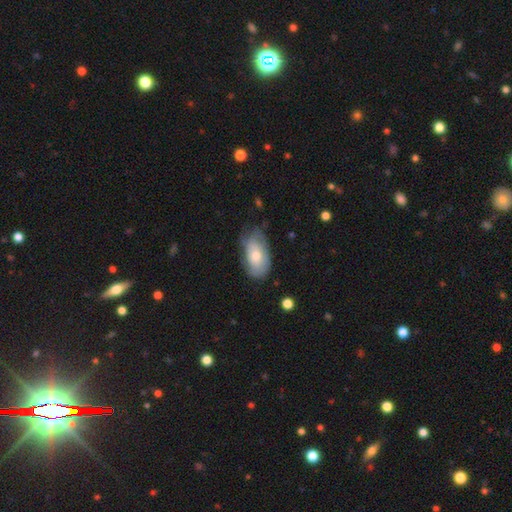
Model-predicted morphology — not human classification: smooth_or_featured: smooth (p=0.52) [alt: featured or disk p=0.42]
how_rounded: in between (p=0.92) [alt: round p=0.06]
merging: none (p=0.54) [alt: minor disturbance p=0.32]